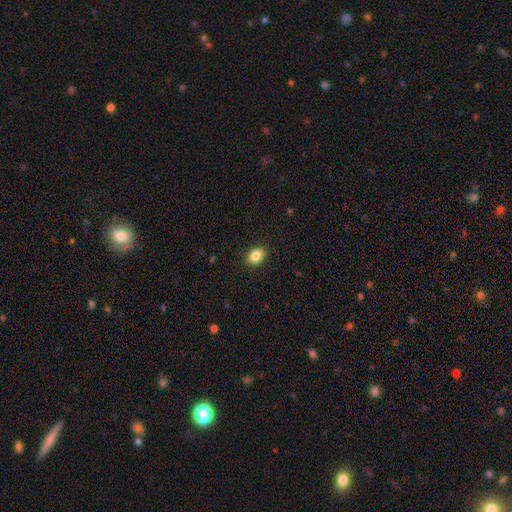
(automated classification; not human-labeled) Smooth or featured: smooth — 85% (star or artifact — 10%)
How rounded: in between — 57% (round — 42%)
Merging: none — 90% (minor disturbance — 8%)